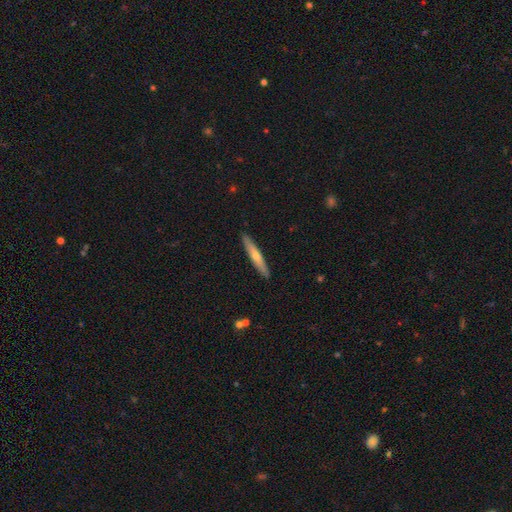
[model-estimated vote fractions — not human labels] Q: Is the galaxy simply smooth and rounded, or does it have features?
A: featured or disk — 48%.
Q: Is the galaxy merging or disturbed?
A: none — 91%.